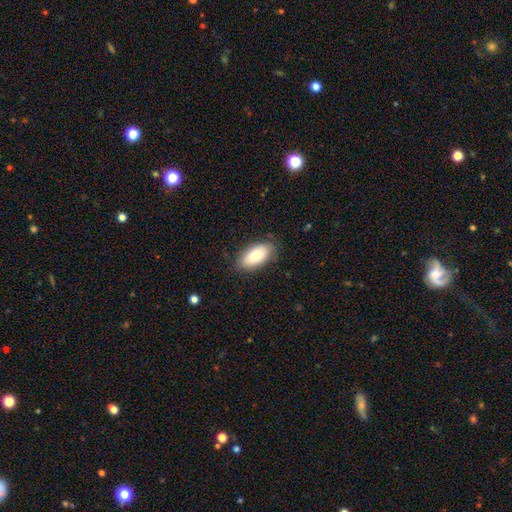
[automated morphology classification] Smooth or featured? smooth (81%)
How rounded? in between (92%)
Merging? none (83%)